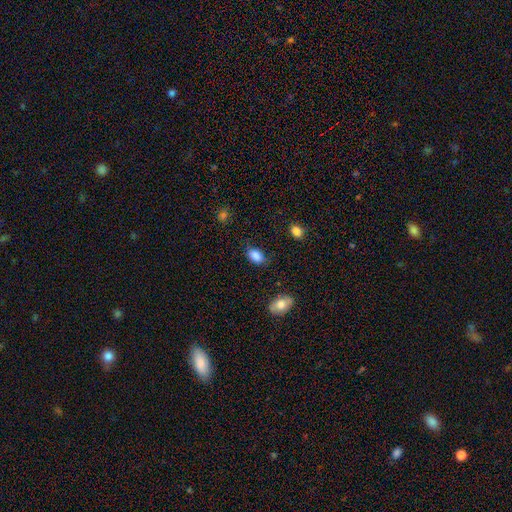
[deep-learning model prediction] smooth-or-featured: smooth: 87% | star or artifact: 9% | featured or disk: 5%
  how-rounded: in between: 84% | round: 15% | cigar-shaped: 1%
  merging: none: 74% | minor disturbance: 20% | major disturbance: 4% | merger: 2%